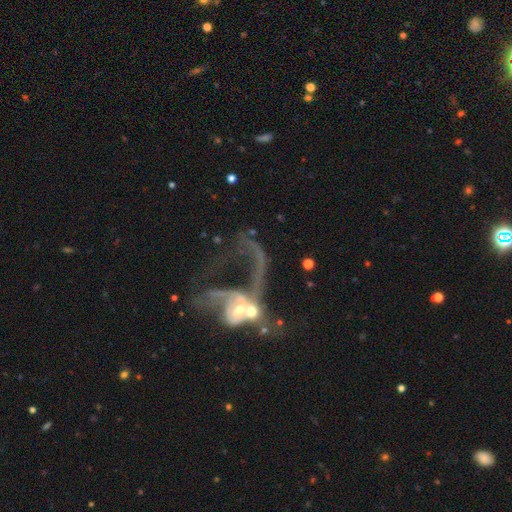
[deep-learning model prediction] featured or disk 72%, star or artifact 14%, smooth 13%. Down the decision tree: edge-on disk — no (95%); bar — no (66%); spiral arms — yes (63%); bulge size — small (40%); merging — merger (49%).